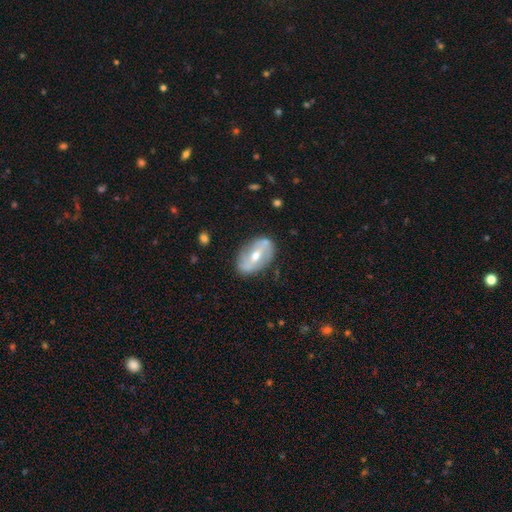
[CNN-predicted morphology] Smooth or featured: featured or disk — 71% (smooth — 23%)
Edge-on disk: no — 92% (yes — 8%)
Bar: strong — 46% (weak — 34%)
Spiral arms: yes — 62% (no — 38%)
Bulge size: moderate — 71% (small — 24%)
Merging: none — 79% (minor disturbance — 15%)